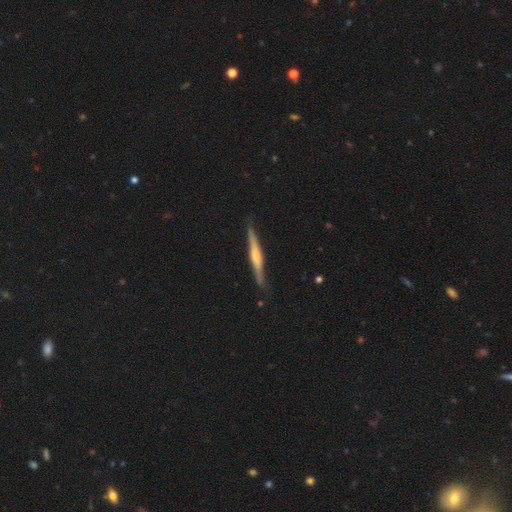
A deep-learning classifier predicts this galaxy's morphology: Smooth or featured?
  - featured or disk: 61% *
  - smooth: 34%
  - star or artifact: 5%
Edge-on disk?
  - yes: 97% *
  - no: 3%
Edge-on bulge?
  - rounded: 56% *
  - none: 23%
  - boxy: 21%
Merging?
  - none: 86% *
  - minor disturbance: 11%
  - major disturbance: 2%
  - merger: 1%